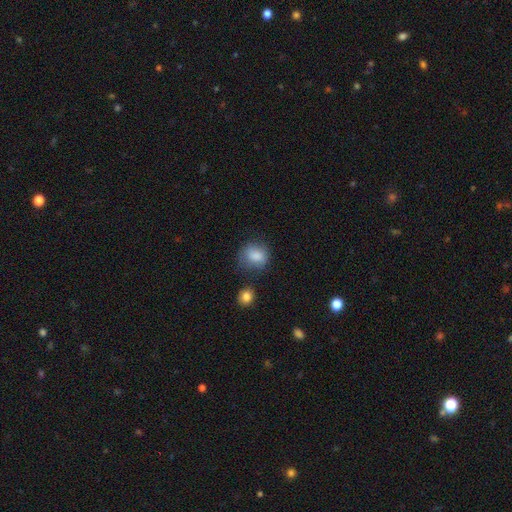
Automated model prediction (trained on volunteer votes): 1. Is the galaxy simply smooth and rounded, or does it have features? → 84% smooth, 9% star or artifact, 7% featured or disk.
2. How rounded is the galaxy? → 66% round, 33% in between, 1% cigar-shaped.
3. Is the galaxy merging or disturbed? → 60% none, 25% minor disturbance, 10% major disturbance, 5% merger.